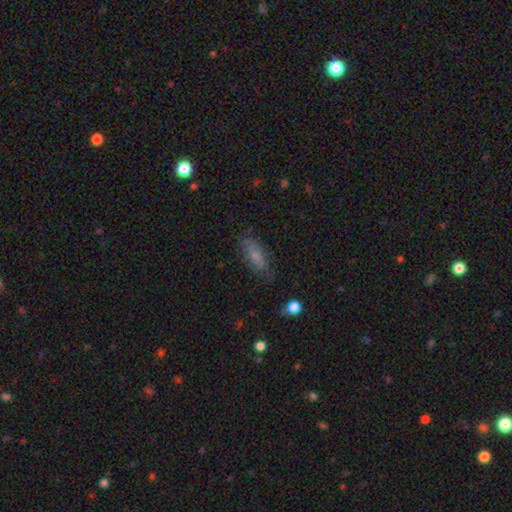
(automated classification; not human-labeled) Smooth or featured? smooth (71%)
How rounded? in between (64%)
Merging? none (72%)